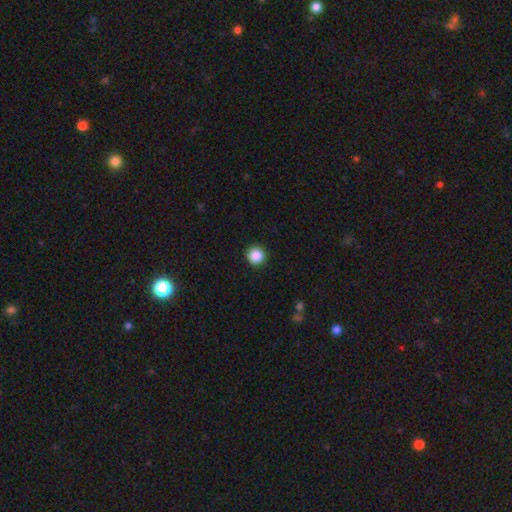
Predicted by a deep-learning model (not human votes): The model was most divided on "smooth or featured": smooth: 88%, star or artifact: 9%, featured or disk: 2%. More confident: how rounded — round (96%); merging — none (93%).